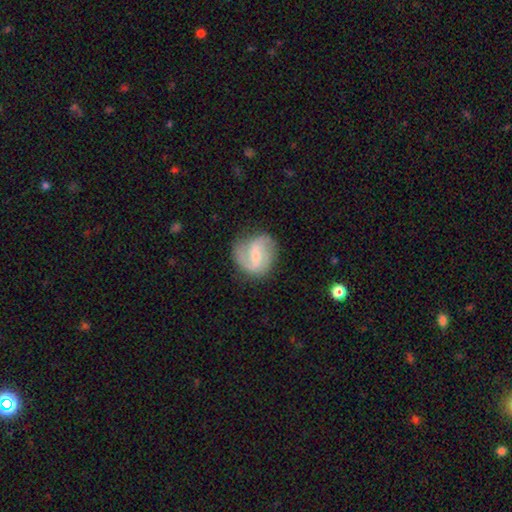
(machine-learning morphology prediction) A featured or disk galaxy (76%) with a weak bar (51%), 2 (83%) medium (44%) spiral arms (93%) and a small central bulge (56%).

Vote fractions:
- Smooth or featured? featured or disk: 76% / smooth: 18% / star or artifact: 6%
- Edge-on disk? no: 98% / yes: 2%
- Bar? weak: 51% / no: 27% / strong: 22%
- Spiral arms? yes: 93% / no: 7%
- Spiral winding? medium: 44% / loose: 42% / tight: 14%
- Spiral arm count? 2: 83% / can't tell: 6% / 3: 4% / 1: 3% / 4: 1% / more than 4: 1%
- Bulge size? small: 56% / moderate: 37% / none: 5% / large: 2% / dominant: 1%
- Merging? none: 74% / minor disturbance: 17% / major disturbance: 7% / merger: 2%